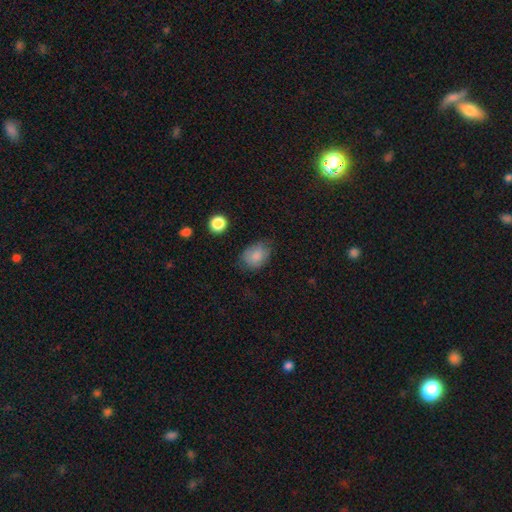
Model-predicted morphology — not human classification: Overall: smooth (83%). How rounded: in between (63%; round 36%). Merging: none (65%; minor disturbance 26%).